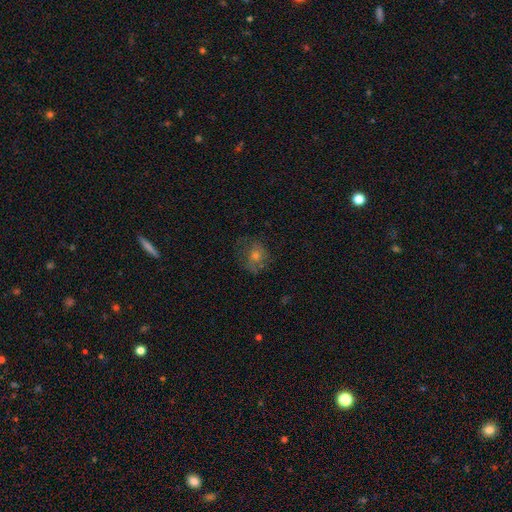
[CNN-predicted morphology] smooth_or_featured: smooth (p=0.46) [alt: featured or disk p=0.33]
merging: none (p=0.67) [alt: minor disturbance p=0.19]